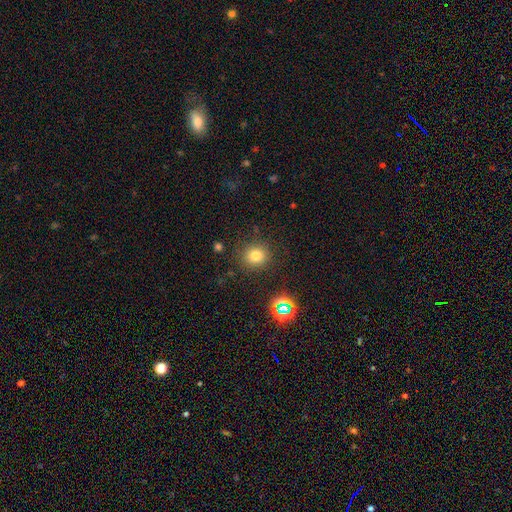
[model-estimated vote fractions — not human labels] Q: Smooth or featured?
A: smooth (75%); runner-up: star or artifact (17%)
Q: How rounded?
A: round (85%); runner-up: in between (14%)
Q: Merging?
A: none (85%); runner-up: minor disturbance (9%)